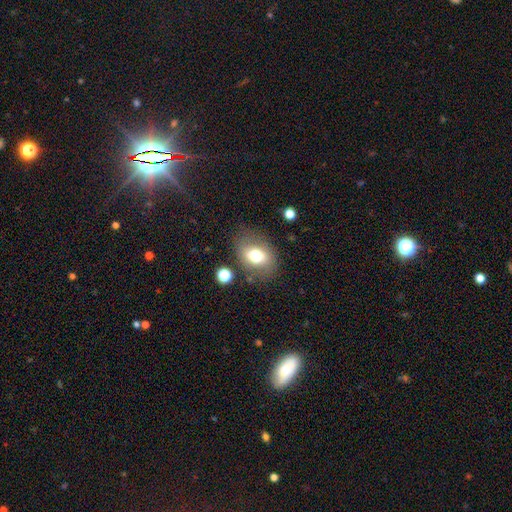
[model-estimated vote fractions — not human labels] smooth 67%, featured or disk 23%, star or artifact 10%. Down the decision tree: how rounded — in between (69%); merging — none (72%).